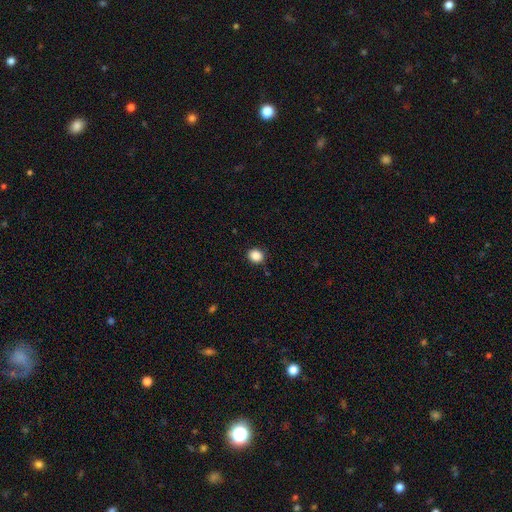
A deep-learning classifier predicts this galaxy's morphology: Smooth or featured? Predicted: smooth (p=0.88). How rounded? Predicted: round (p=0.73). Merging? Predicted: none (p=0.89).